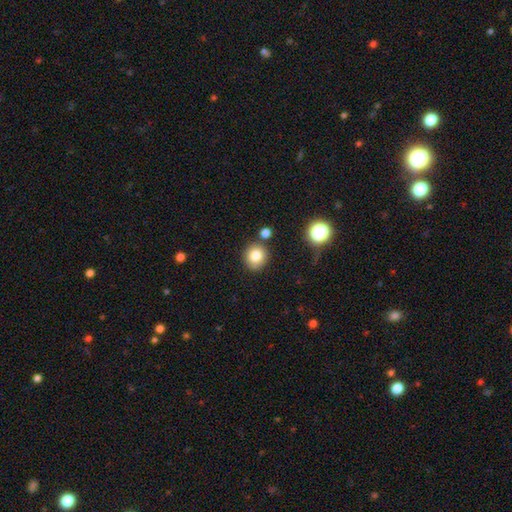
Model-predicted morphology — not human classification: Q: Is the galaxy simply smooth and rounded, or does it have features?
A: smooth — 81%.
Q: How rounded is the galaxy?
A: round — 85%.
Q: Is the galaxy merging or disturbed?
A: none — 81%.